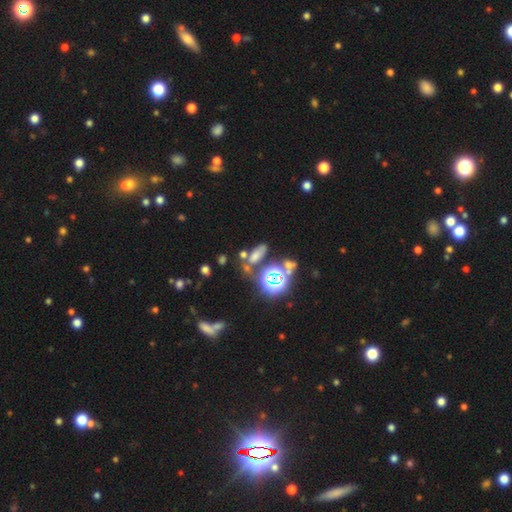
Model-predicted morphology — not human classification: The model was most divided on "smooth or featured": smooth: 53%, star or artifact: 35%, featured or disk: 12%. More confident: how rounded — in between (71%); merging — none (53%).